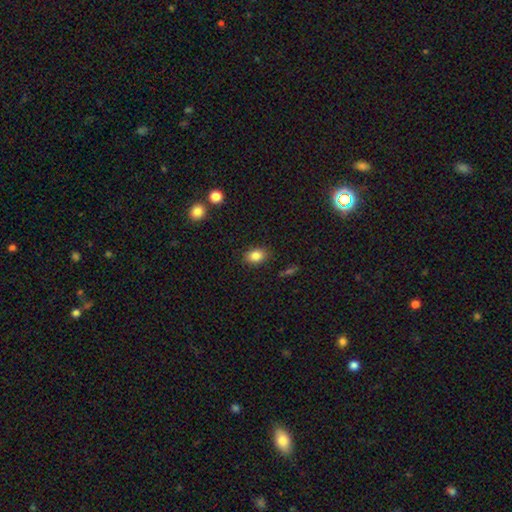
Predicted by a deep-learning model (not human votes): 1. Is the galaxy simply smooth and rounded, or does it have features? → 84% smooth, 10% star or artifact, 6% featured or disk.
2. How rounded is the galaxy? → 73% in between, 26% round, 1% cigar-shaped.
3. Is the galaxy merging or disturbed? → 87% none, 9% minor disturbance, 2% major disturbance, 1% merger.